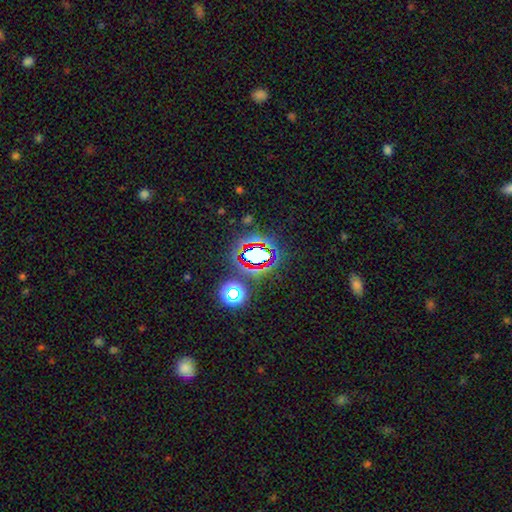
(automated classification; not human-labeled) Morphology: type=star or artifact (62%).